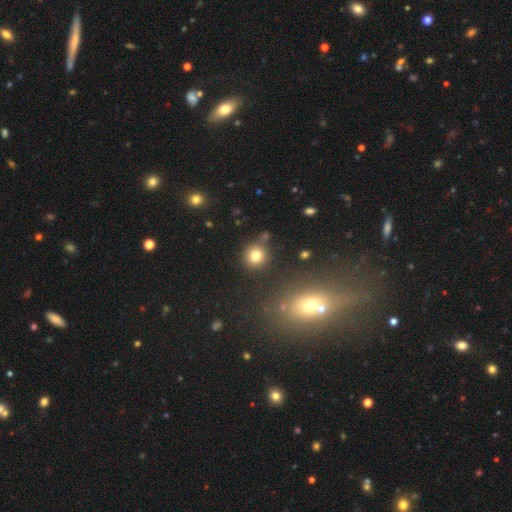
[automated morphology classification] This is likely a smooth galaxy (79%). How rounded: clearly round (90%). Merging: clearly none (81%).